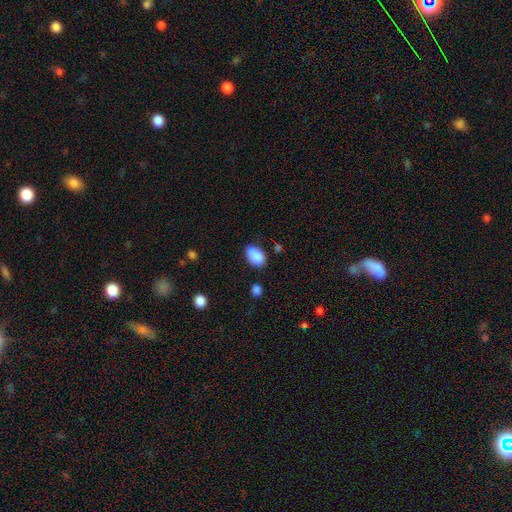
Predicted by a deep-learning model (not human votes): Overall: smooth (88%). How rounded: in between (88%). Merging: none (68%).